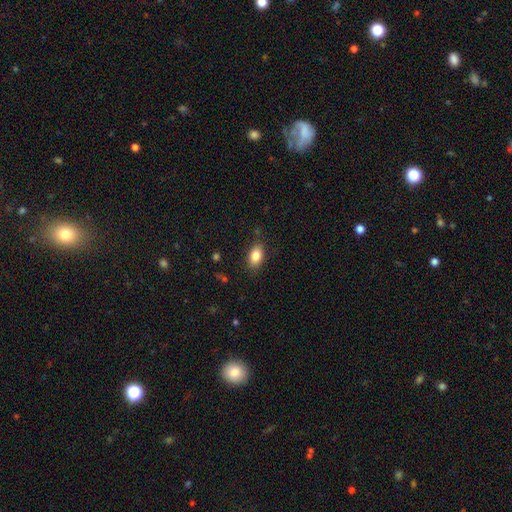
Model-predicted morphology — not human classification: Smooth or featured?
  - smooth: 84% *
  - star or artifact: 8%
  - featured or disk: 8%
How rounded?
  - in between: 87% *
  - round: 11%
  - cigar-shaped: 2%
Merging?
  - none: 84% *
  - minor disturbance: 12%
  - major disturbance: 3%
  - merger: 1%